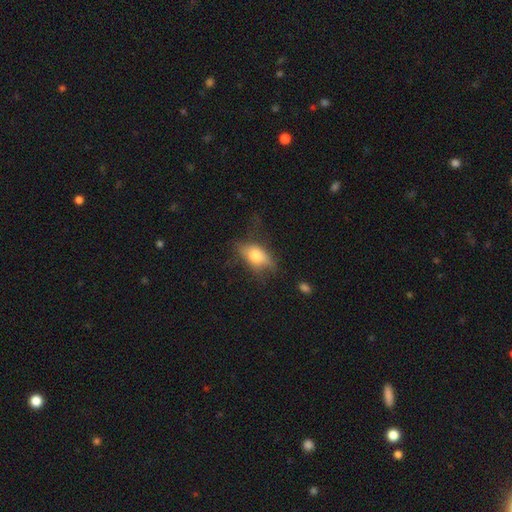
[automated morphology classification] This is likely a smooth galaxy (67%). How rounded: clearly in between (84%). Merging: possibly none (49%).